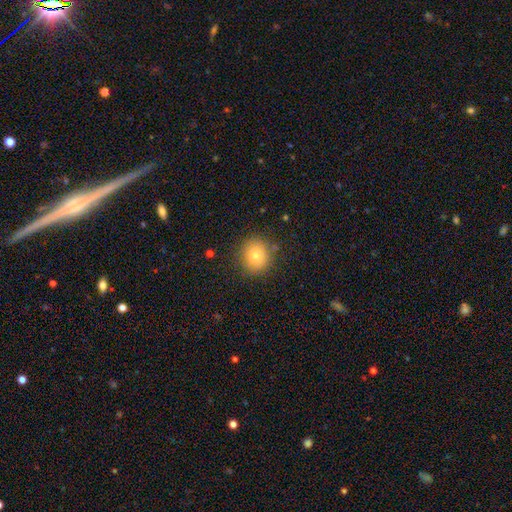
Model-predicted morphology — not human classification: smooth-or-featured: smooth: 76% | star or artifact: 12% | featured or disk: 12%
  how-rounded: round: 85% | in between: 14% | cigar-shaped: 1%
  merging: none: 85% | minor disturbance: 10% | major disturbance: 3% | merger: 2%